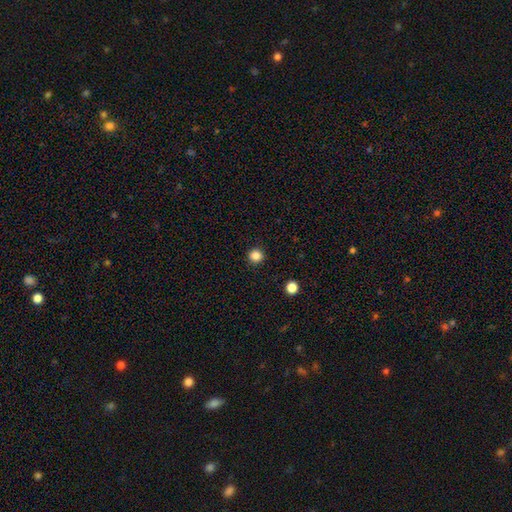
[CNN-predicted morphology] Smooth or featured? smooth (85%)
How rounded? round (96%)
Merging? none (93%)